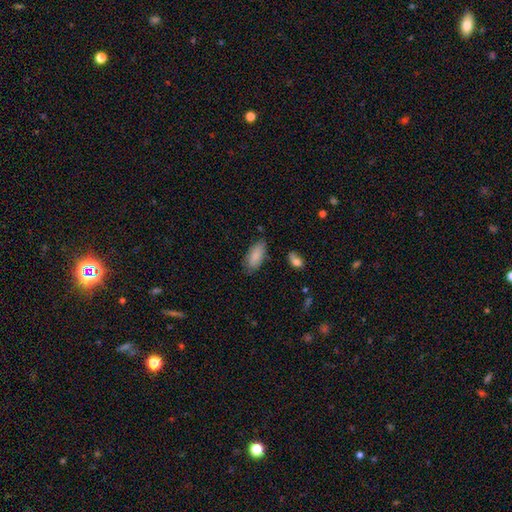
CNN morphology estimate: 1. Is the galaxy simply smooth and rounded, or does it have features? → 86% smooth, 8% featured or disk, 6% star or artifact.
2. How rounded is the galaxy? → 90% in between, 8% cigar-shaped, 2% round.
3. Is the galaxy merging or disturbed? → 74% none, 19% minor disturbance, 4% major disturbance, 3% merger.